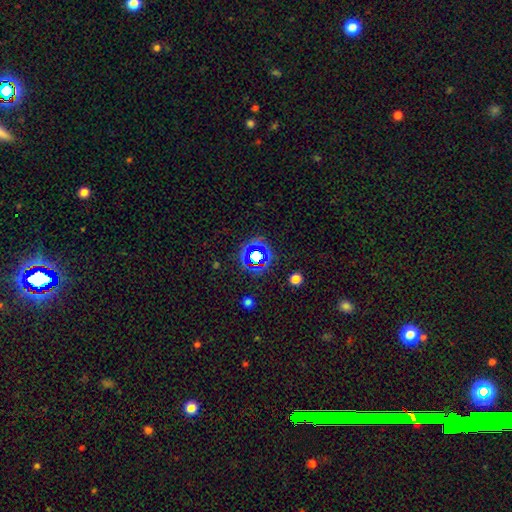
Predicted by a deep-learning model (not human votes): Morphology: type=star or artifact (64%).